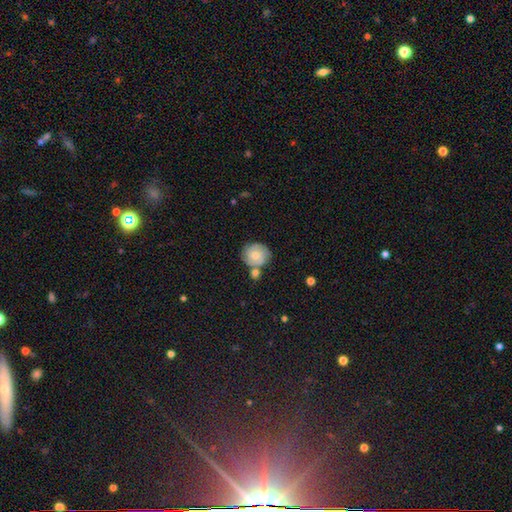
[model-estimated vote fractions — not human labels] smooth_or_featured: featured or disk (p=0.54) [alt: smooth p=0.38]
disk_edge_on: no (p=0.97) [alt: yes p=0.03]
bar: no (p=0.70) [alt: weak p=0.26]
has_spiral_arms: yes (p=0.88) [alt: no p=0.12]
bulge_size: moderate (p=0.53) [alt: small p=0.39]
merging: none (p=0.59) [alt: merger p=0.20]